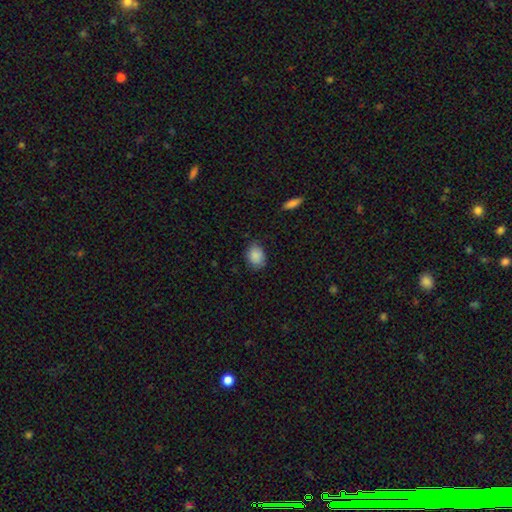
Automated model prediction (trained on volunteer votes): Q: Smooth or featured?
A: smooth (87%); runner-up: star or artifact (7%)
Q: How rounded?
A: in between (62%); runner-up: round (37%)
Q: Merging?
A: none (75%); runner-up: minor disturbance (20%)